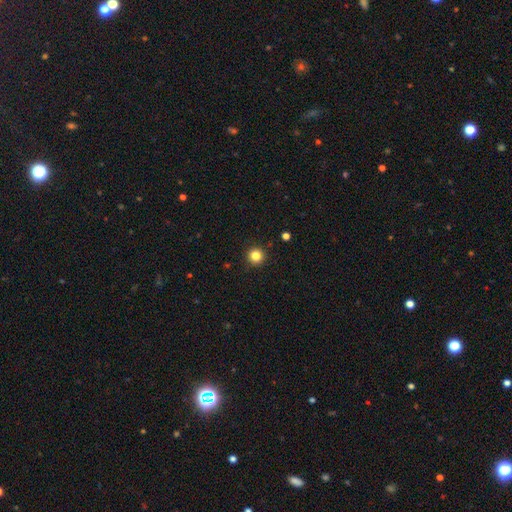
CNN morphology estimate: Q: Smooth or featured?
A: smooth (83%); runner-up: star or artifact (12%)
Q: How rounded?
A: round (96%); runner-up: in between (3%)
Q: Merging?
A: none (93%); runner-up: minor disturbance (5%)